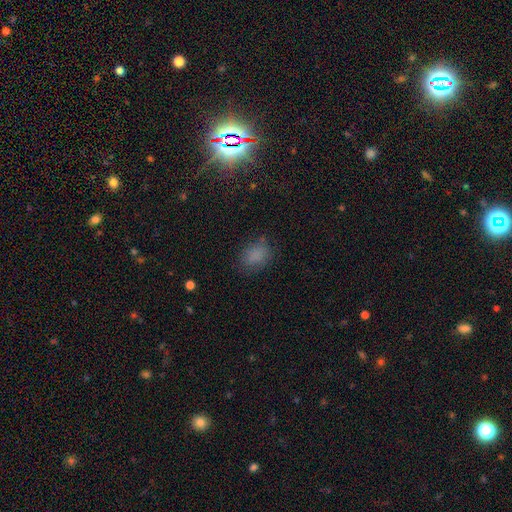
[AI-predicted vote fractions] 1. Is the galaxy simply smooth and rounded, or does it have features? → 80% smooth, 13% star or artifact, 6% featured or disk.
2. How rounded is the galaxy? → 74% in between, 24% round, 2% cigar-shaped.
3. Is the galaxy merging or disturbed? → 73% none, 19% minor disturbance, 7% major disturbance, 2% merger.